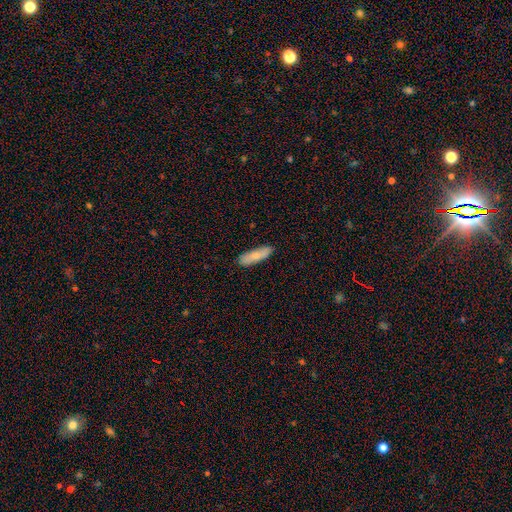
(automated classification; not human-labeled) The model was most divided on "how rounded": cigar-shaped: 57%, in between: 41%, round: 2%. More confident: merging — none (87%); smooth or featured — smooth (75%).